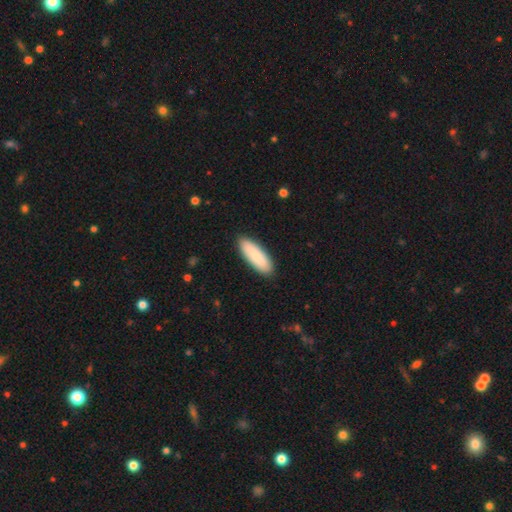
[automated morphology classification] Q: Smooth or featured?
A: smooth (85%); runner-up: featured or disk (9%)
Q: How rounded?
A: in between (62%); runner-up: cigar-shaped (36%)
Q: Merging?
A: none (89%); runner-up: minor disturbance (8%)